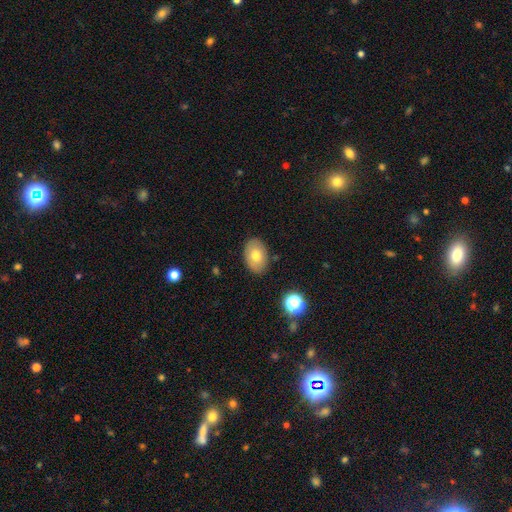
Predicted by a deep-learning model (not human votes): This appears to be a smooth galaxy with no disk features (72%) that is in between round and cigar-shaped (84%). Merging: none (85%).